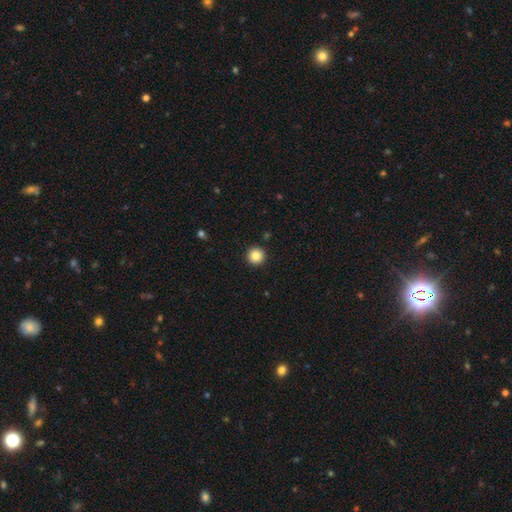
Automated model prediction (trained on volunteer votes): Smooth or featured? smooth (85%)
How rounded? round (96%)
Merging? none (93%)